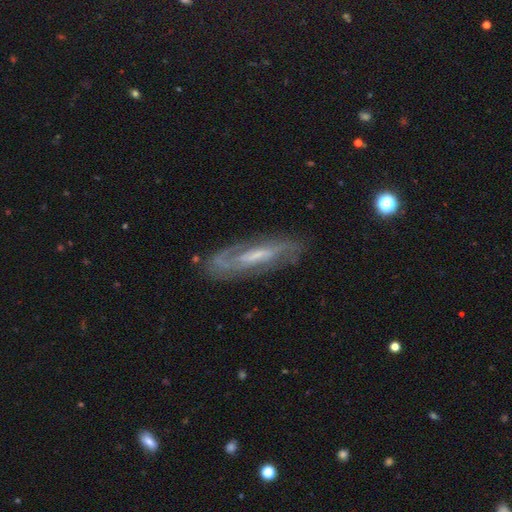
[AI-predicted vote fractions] smooth-or-featured: featured or disk: 79% | smooth: 15% | star or artifact: 6%
  disk-edge-on: no: 79% | yes: 21%
    bar: weak: 43% | strong: 33% | no: 24%
    has-spiral-arms: yes: 90% | no: 10%
      spiral-winding: medium: 43% | tight: 40% | loose: 17%
      spiral-arm-count: 2: 62% | can't tell: 23% | 1: 6% | 3: 4% | 4: 2% | more than 4: 2%
    bulge-size: small: 44% | moderate: 30% | none: 19% | large: 5% | dominant: 1%
  merging: none: 75% | minor disturbance: 16% | major disturbance: 7% | merger: 2%